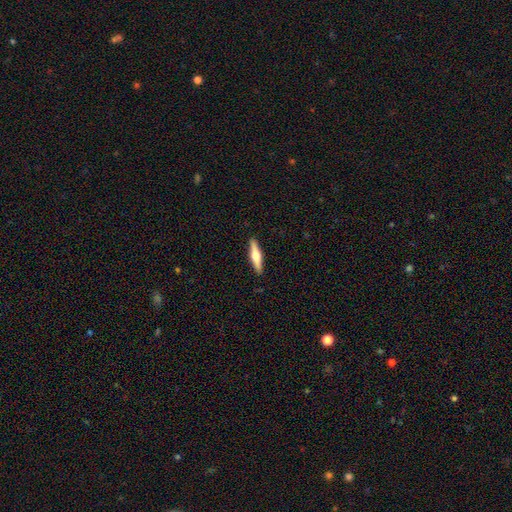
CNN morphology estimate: Smooth or featured? Predicted: featured or disk (p=0.56). Edge-on disk? Predicted: yes (p=0.96). Edge-on bulge? Predicted: rounded (p=0.94). Merging? Predicted: none (p=0.91).